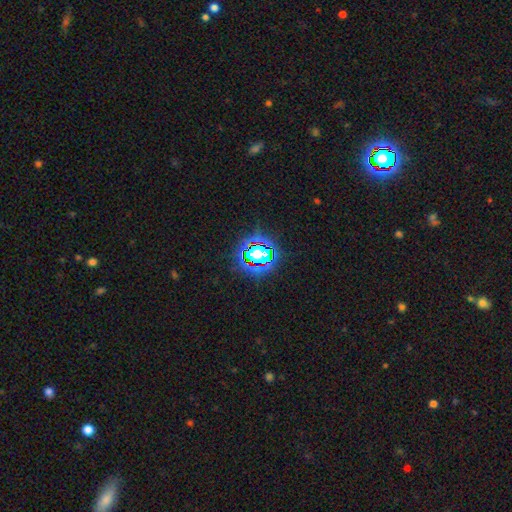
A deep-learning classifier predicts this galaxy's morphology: The model was most divided on "smooth or featured": star or artifact: 64%, smooth: 23%, featured or disk: 13%.